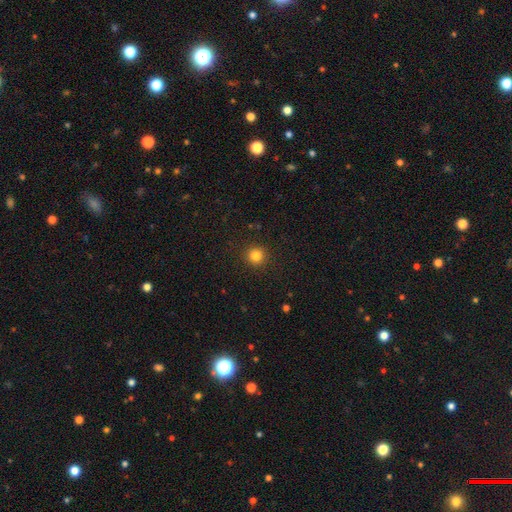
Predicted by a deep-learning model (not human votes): Smooth or featured? Predicted: smooth (p=0.83). How rounded? Predicted: round (p=0.93). Merging? Predicted: none (p=0.91).